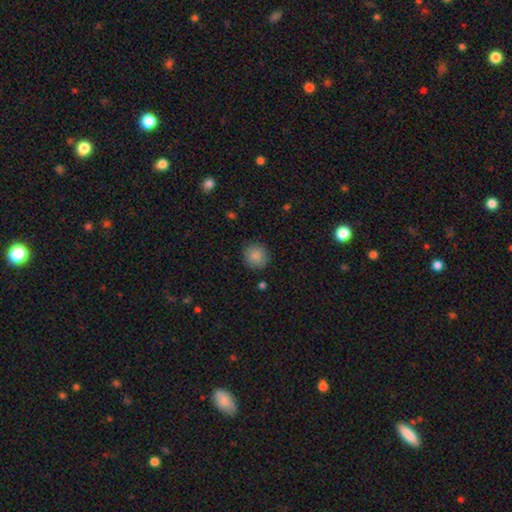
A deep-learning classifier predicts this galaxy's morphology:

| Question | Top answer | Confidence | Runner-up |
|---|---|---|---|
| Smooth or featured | smooth | 86% | star or artifact (9%) |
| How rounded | round | 91% | in between (8%) |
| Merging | none | 87% | minor disturbance (9%) |